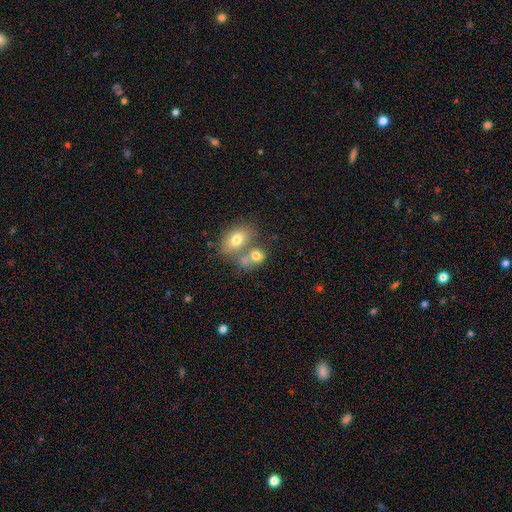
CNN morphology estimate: Smooth or featured?
  - smooth: 73% *
  - featured or disk: 17%
  - star or artifact: 10%
How rounded?
  - in between: 67% *
  - round: 31%
  - cigar-shaped: 2%
Merging?
  - merger: 54% *
  - none: 31%
  - minor disturbance: 10%
  - major disturbance: 5%